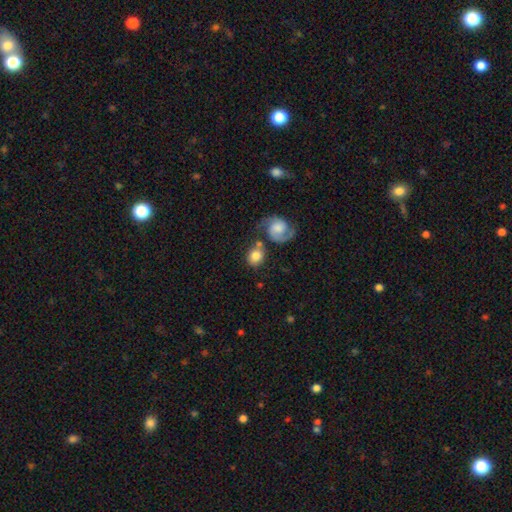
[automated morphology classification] Overall: smooth (69%). How rounded: round (69%; in between 30%). Merging: none (54%; merger 26%).